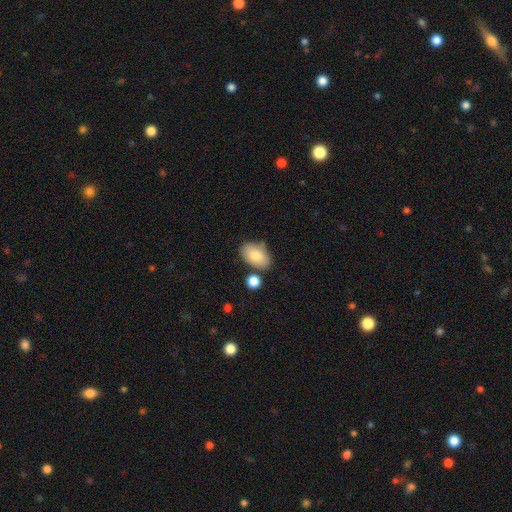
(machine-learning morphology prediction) Q: Smooth or featured?
A: smooth (80%); runner-up: featured or disk (13%)
Q: How rounded?
A: in between (90%); runner-up: round (8%)
Q: Merging?
A: none (71%); runner-up: minor disturbance (16%)